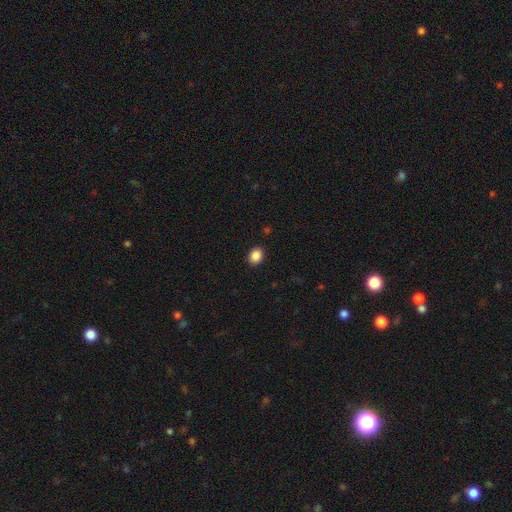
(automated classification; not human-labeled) smooth-or-featured: smooth: 88% | star or artifact: 9% | featured or disk: 3%
  how-rounded: in between: 53% | round: 46% | cigar-shaped: 1%
  merging: none: 90% | minor disturbance: 7% | major disturbance: 2% | merger: 1%